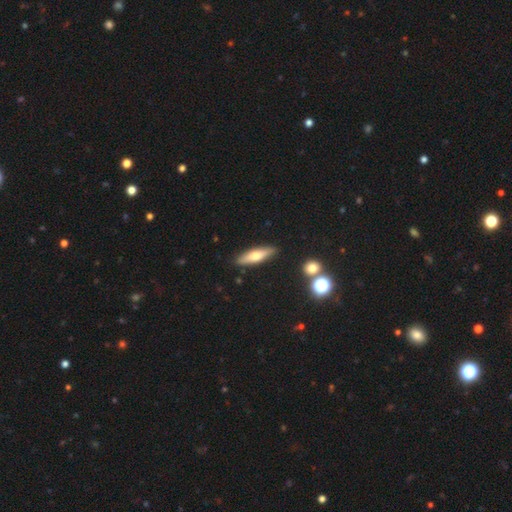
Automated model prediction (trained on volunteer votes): Smooth or featured: smooth — 55% (featured or disk — 38%)
How rounded: cigar-shaped — 68% (in between — 30%)
Merging: none — 88% (minor disturbance — 8%)